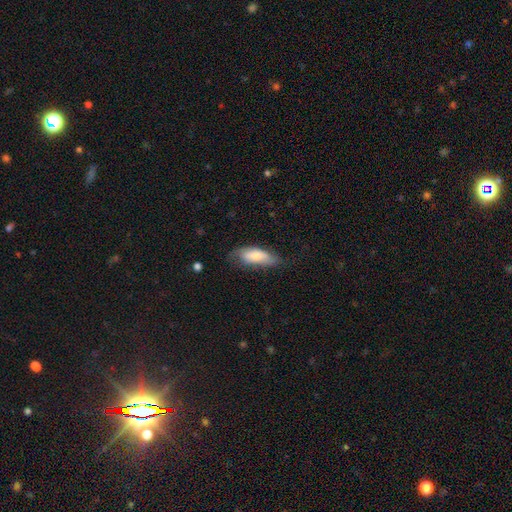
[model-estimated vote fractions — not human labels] The model was most divided on "merging": none: 58%, minor disturbance: 31%, major disturbance: 10%, merger: 2%. More confident: smooth or featured — smooth (75%); how rounded — in between (72%).